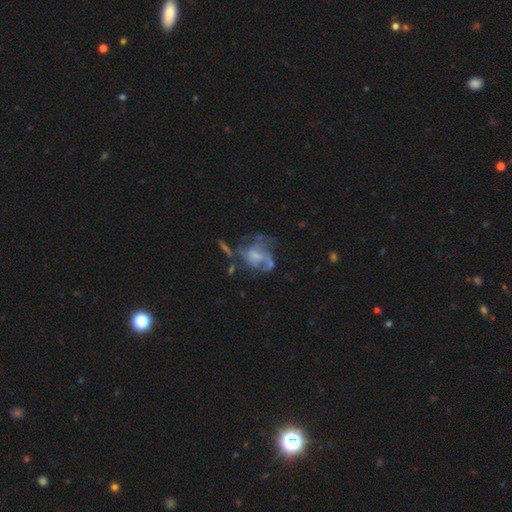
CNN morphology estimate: A featured or disk galaxy (63%) with no bar (62%), spiral arms (53%) and a small central bulge (34%, tied with none). Merging: major disturbance (37%).